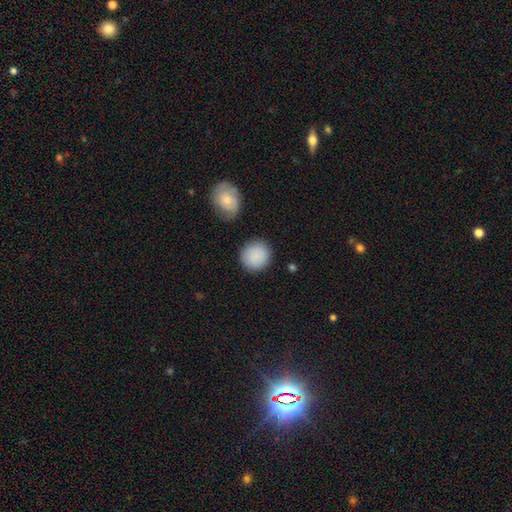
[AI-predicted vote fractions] Smooth or featured?
  - smooth: 89% *
  - star or artifact: 6%
  - featured or disk: 5%
How rounded?
  - round: 91% *
  - in between: 8%
  - cigar-shaped: 1%
Merging?
  - none: 85% *
  - minor disturbance: 9%
  - major disturbance: 3%
  - merger: 3%